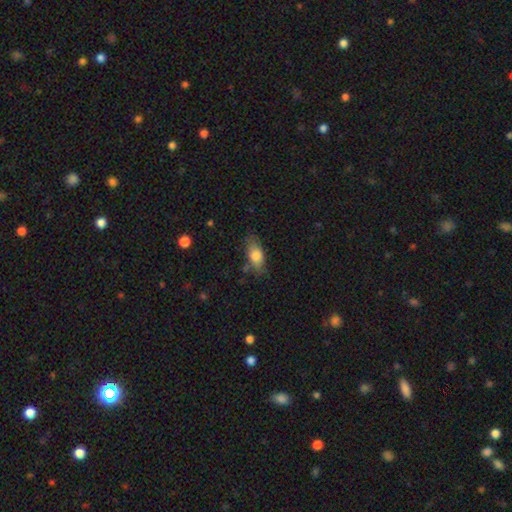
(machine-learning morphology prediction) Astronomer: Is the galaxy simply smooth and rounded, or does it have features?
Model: smooth — 77%.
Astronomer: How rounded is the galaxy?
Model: in between — 84%.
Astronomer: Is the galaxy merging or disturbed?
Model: none — 68%.